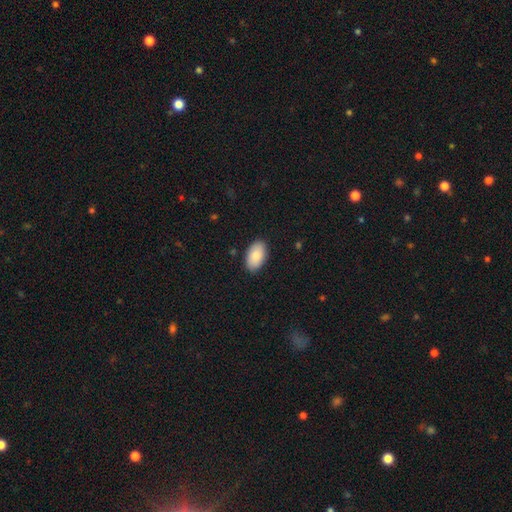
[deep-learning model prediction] This appears to be a smooth galaxy with no disk features (87%) that is in between round and cigar-shaped (95%). Merging: none (88%).